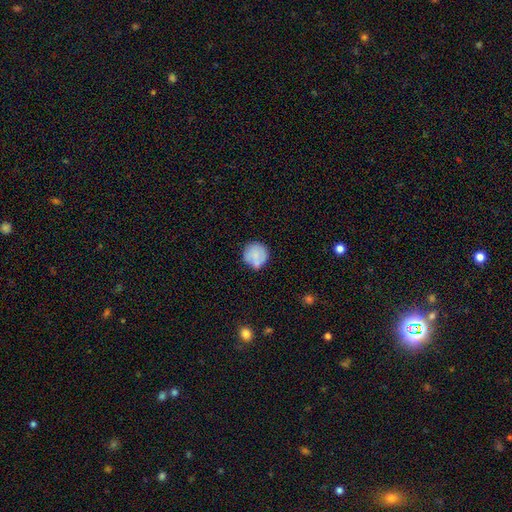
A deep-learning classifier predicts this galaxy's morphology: smooth_or_featured: smooth (p=0.74) [alt: featured or disk p=0.19]
how_rounded: round (p=0.92) [alt: in between p=0.07]
merging: none (p=0.65) [alt: minor disturbance p=0.22]